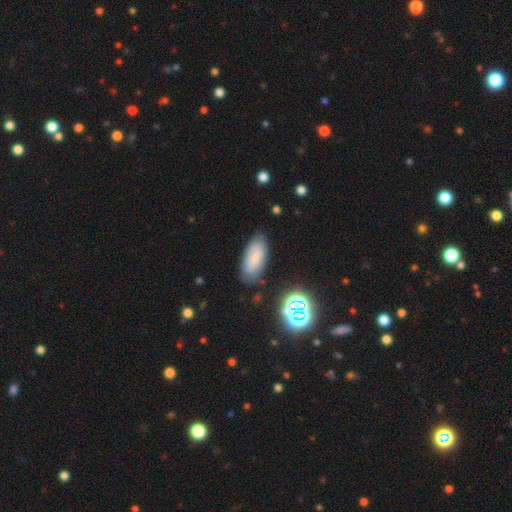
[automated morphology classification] smooth_or_featured: smooth (p=0.79) [alt: featured or disk p=0.11]
how_rounded: in between (p=0.84) [alt: cigar-shaped p=0.14]
merging: none (p=0.79) [alt: minor disturbance p=0.15]